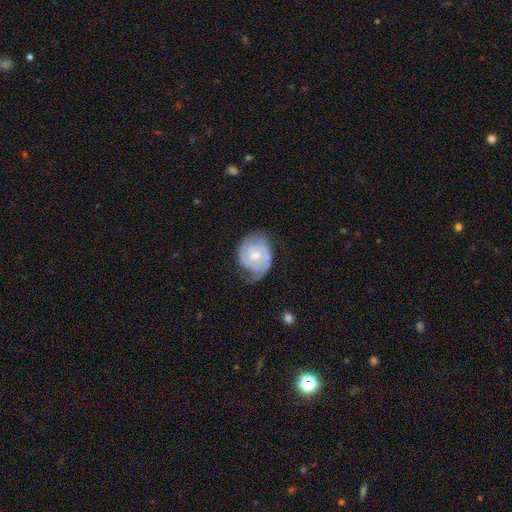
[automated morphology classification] Q: Smooth or featured?
A: featured or disk (83%); runner-up: smooth (12%)
Q: Edge-on disk?
A: no (98%); runner-up: yes (2%)
Q: Bar?
A: no (51%); runner-up: weak (43%)
Q: Spiral arms?
A: yes (96%); runner-up: no (4%)
Q: Spiral winding?
A: tight (58%); runner-up: medium (34%)
Q: Spiral arm count?
A: 2 (70%); runner-up: can't tell (13%)
Q: Bulge size?
A: moderate (48%); runner-up: small (43%)
Q: Merging?
A: none (59%); runner-up: minor disturbance (27%)